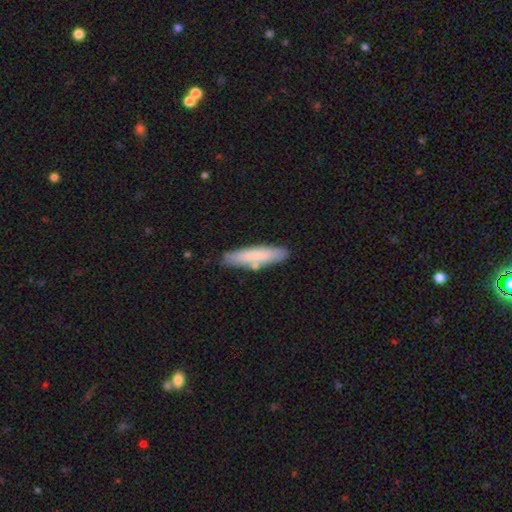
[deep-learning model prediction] smooth-or-featured: smooth: 75% | featured or disk: 18% | star or artifact: 6%
  how-rounded: cigar-shaped: 84% | in between: 15% | round: 1%
  merging: none: 81% | minor disturbance: 12% | merger: 5% | major disturbance: 2%